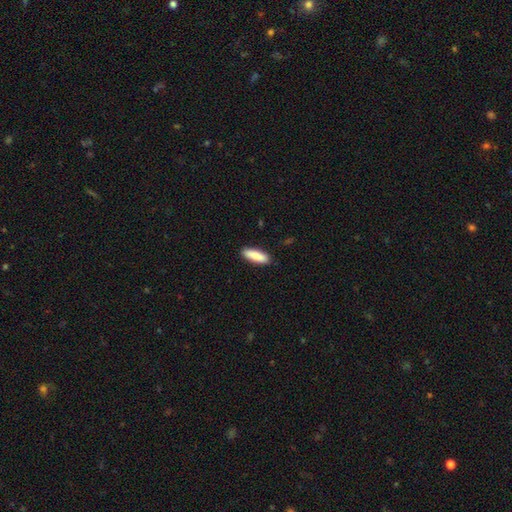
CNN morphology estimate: Smooth or featured: smooth — 86% (featured or disk — 9%)
How rounded: in between — 53% (cigar-shaped — 46%)
Merging: none — 90% (minor disturbance — 8%)